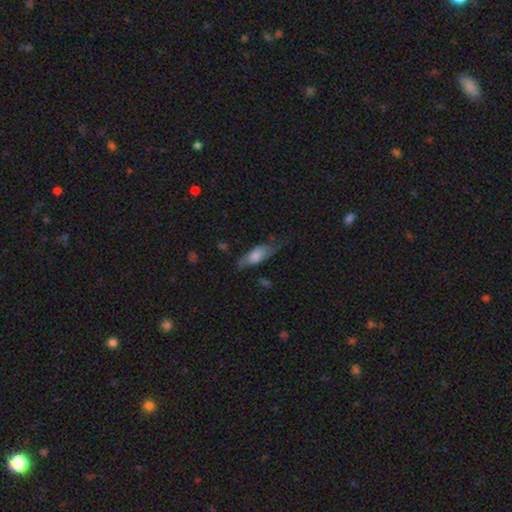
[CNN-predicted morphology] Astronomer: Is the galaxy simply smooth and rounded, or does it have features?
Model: smooth — 65%.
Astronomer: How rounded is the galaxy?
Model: in between — 71%.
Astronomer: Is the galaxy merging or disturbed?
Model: none — 44% (runner-up: minor disturbance, 34%).